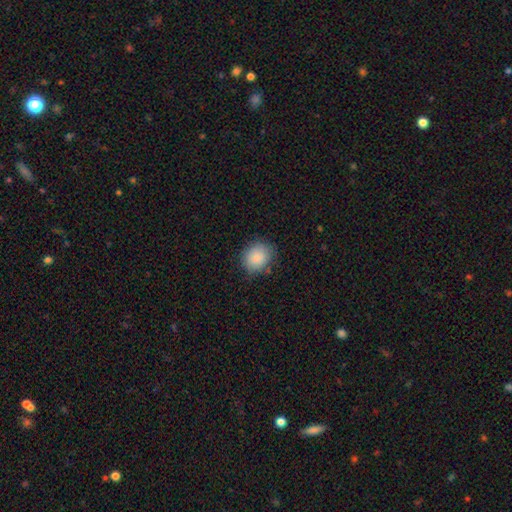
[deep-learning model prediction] Smooth or featured?
  - smooth: 88% *
  - star or artifact: 8%
  - featured or disk: 4%
How rounded?
  - round: 69% *
  - in between: 30%
  - cigar-shaped: 1%
Merging?
  - none: 81% *
  - minor disturbance: 14%
  - major disturbance: 3%
  - merger: 1%